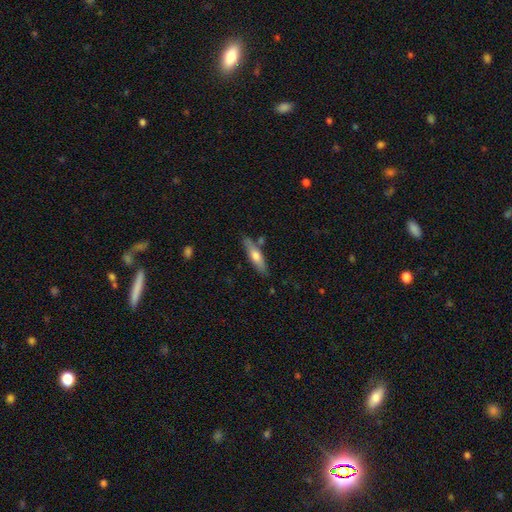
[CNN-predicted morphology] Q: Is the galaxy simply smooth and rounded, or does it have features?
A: smooth — 58%.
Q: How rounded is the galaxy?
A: cigar-shaped — 69%.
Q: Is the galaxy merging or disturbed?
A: none — 76%.